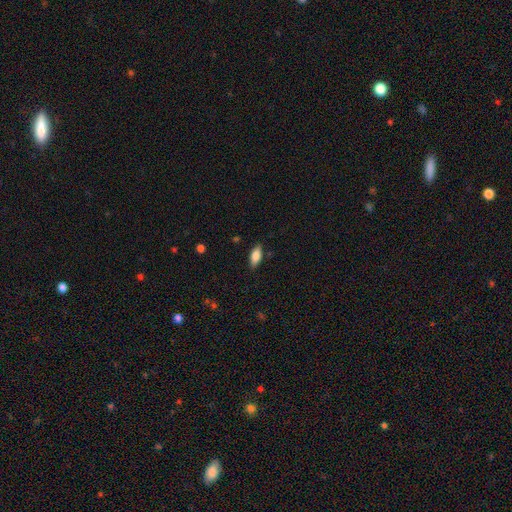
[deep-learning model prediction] A smooth galaxy with no disk features (81%) that is in between round and cigar-shaped (83%).

Vote fractions:
- Smooth or featured? smooth: 81% / featured or disk: 12% / star or artifact: 7%
- How rounded? in between: 83% / cigar-shaped: 15% / round: 2%
- Merging? none: 85% / minor disturbance: 12% / major disturbance: 2% / merger: 1%